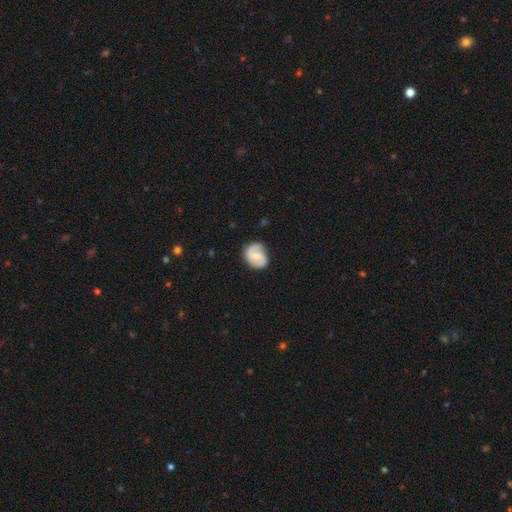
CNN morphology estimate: featured or disk 58%, smooth 36%, star or artifact 6%. Down the decision tree: edge-on disk — no (98%); bar — no (47%); spiral arms — yes (88%); spiral arm count — 2 (73%); spiral winding — medium (44%); bulge size — small (50%); merging — none (67%).